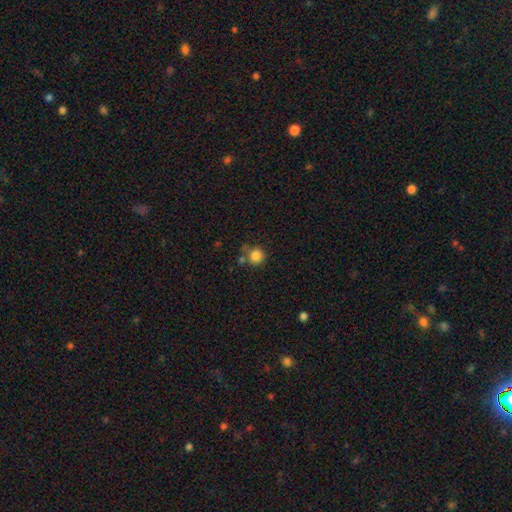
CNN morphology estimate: Q: Smooth or featured?
A: smooth (84%); runner-up: star or artifact (11%)
Q: How rounded?
A: round (92%); runner-up: in between (7%)
Q: Merging?
A: none (65%); runner-up: merger (16%)